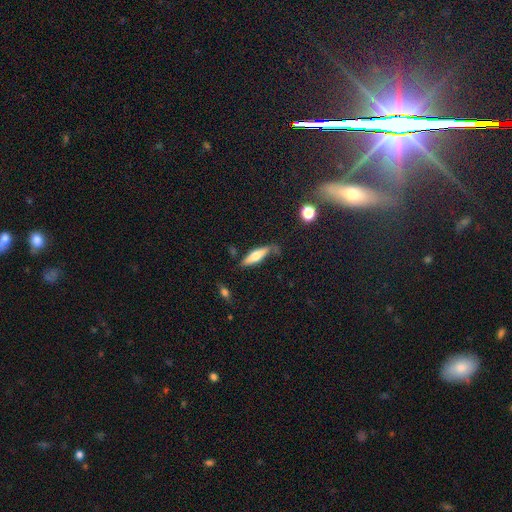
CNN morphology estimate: smooth_or_featured: smooth (p=0.52) [alt: featured or disk p=0.42]
how_rounded: cigar-shaped (p=0.67) [alt: in between p=0.30]
merging: none (p=0.60) [alt: minor disturbance p=0.27]